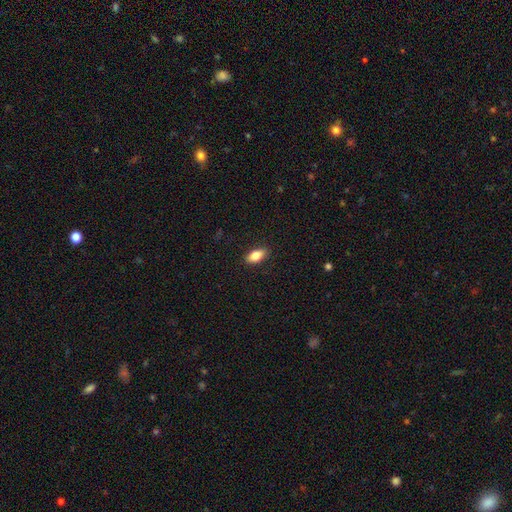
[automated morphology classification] Smooth or featured?
  - smooth: 78% *
  - featured or disk: 14%
  - star or artifact: 8%
How rounded?
  - in between: 85% *
  - cigar-shaped: 10%
  - round: 5%
Merging?
  - none: 87% *
  - minor disturbance: 9%
  - major disturbance: 2%
  - merger: 1%